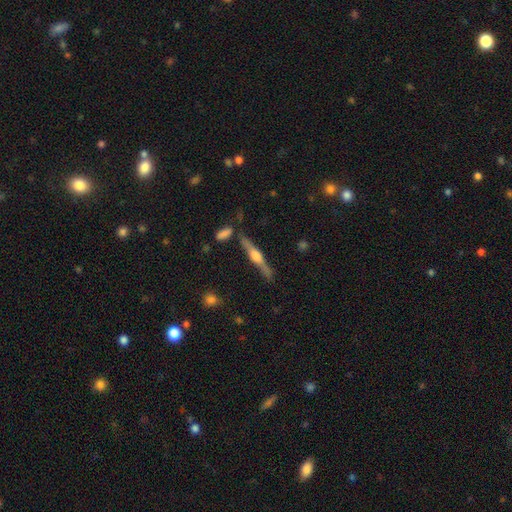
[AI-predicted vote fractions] Smooth or featured?
  - featured or disk: 73% *
  - smooth: 22%
  - star or artifact: 6%
Edge-on disk?
  - yes: 97% *
  - no: 3%
Edge-on bulge?
  - rounded: 87% *
  - boxy: 10%
  - none: 3%
Merging?
  - none: 81% *
  - minor disturbance: 11%
  - merger: 5%
  - major disturbance: 3%